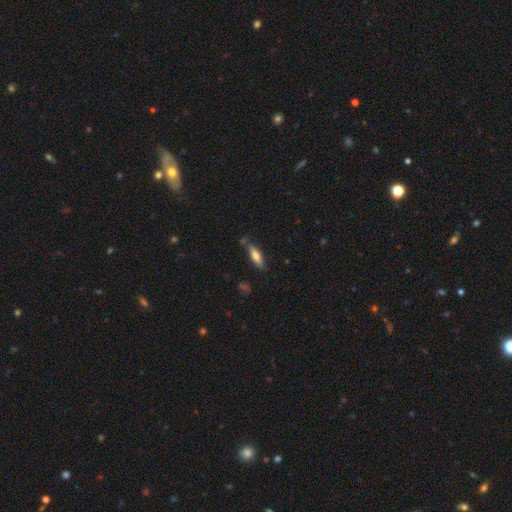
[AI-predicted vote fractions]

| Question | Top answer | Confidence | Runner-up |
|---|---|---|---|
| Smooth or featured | smooth | 65% | featured or disk (29%) |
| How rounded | cigar-shaped | 58% | in between (40%) |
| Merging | none | 74% | minor disturbance (17%) |